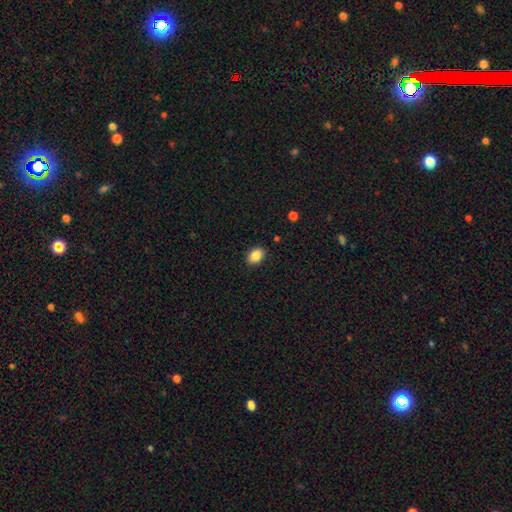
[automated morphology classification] type=smooth (87%); roundness=in between (82%); merging=none (88%).